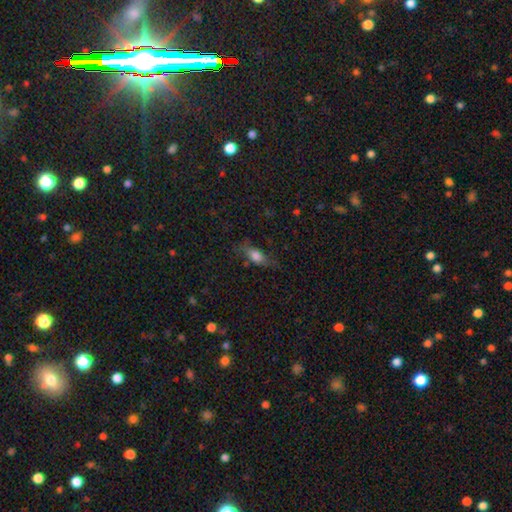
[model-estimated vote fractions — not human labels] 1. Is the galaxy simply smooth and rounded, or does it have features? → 70% smooth, 19% featured or disk, 11% star or artifact.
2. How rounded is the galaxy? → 74% in between, 19% cigar-shaped, 7% round.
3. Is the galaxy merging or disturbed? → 62% none, 24% minor disturbance, 11% major disturbance, 2% merger.